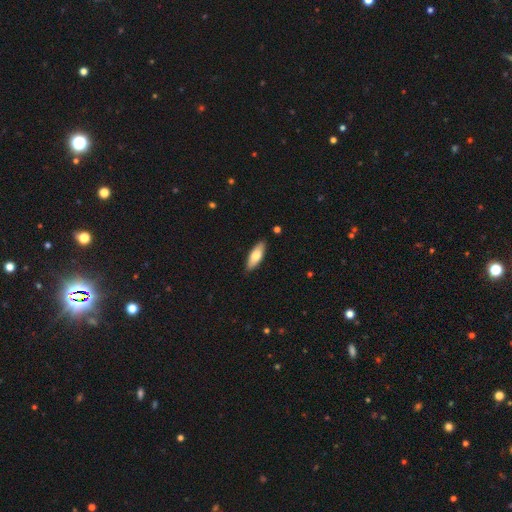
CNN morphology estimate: Q: Smooth or featured?
A: smooth (70%); runner-up: featured or disk (24%)
Q: How rounded?
A: in between (63%); runner-up: cigar-shaped (35%)
Q: Merging?
A: none (88%); runner-up: minor disturbance (9%)